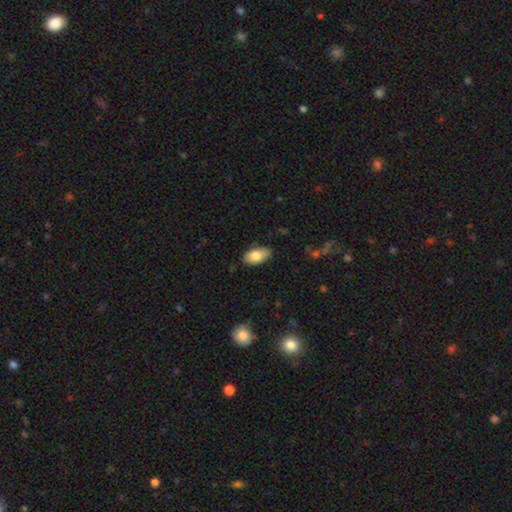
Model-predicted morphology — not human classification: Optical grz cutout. It shows a smooth galaxy with no disk features (79%) that is in between round and cigar-shaped (93%). Merging: none (80%).